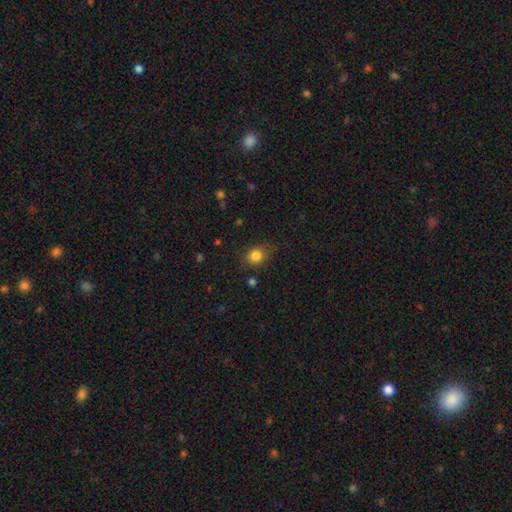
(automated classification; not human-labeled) Smooth or featured?
  - smooth: 83% *
  - star or artifact: 11%
  - featured or disk: 6%
How rounded?
  - round: 66% *
  - in between: 33%
  - cigar-shaped: 1%
Merging?
  - none: 78% *
  - minor disturbance: 16%
  - major disturbance: 4%
  - merger: 2%